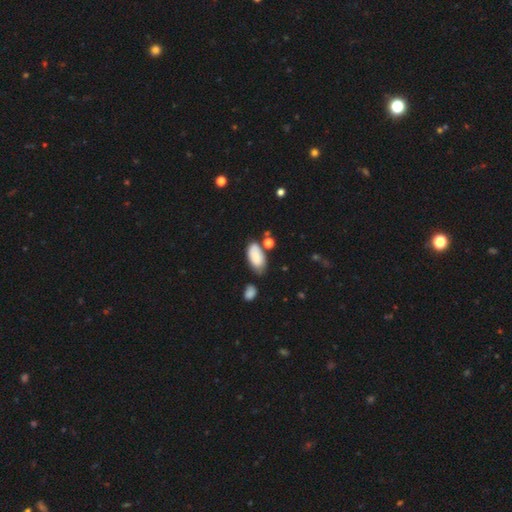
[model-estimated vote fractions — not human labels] Smooth or featured?
  - smooth: 80% *
  - featured or disk: 13%
  - star or artifact: 7%
How rounded?
  - in between: 94% *
  - cigar-shaped: 4%
  - round: 3%
Merging?
  - none: 59% *
  - minor disturbance: 24%
  - merger: 11%
  - major disturbance: 6%